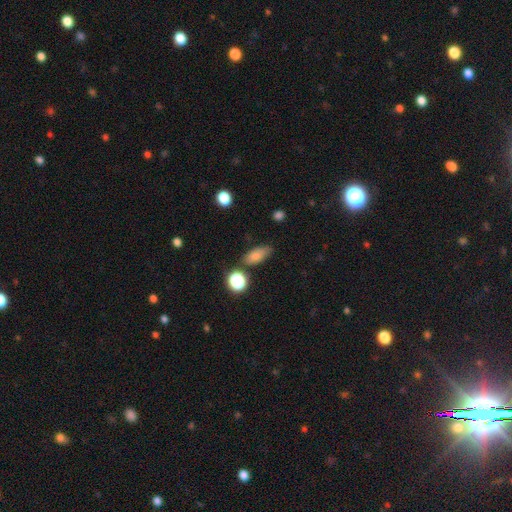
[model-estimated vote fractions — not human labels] The model was most divided on "merging": none: 69%, minor disturbance: 21%, merger: 5%, major disturbance: 5%. More confident: smooth or featured — smooth (79%); how rounded — in between (79%).